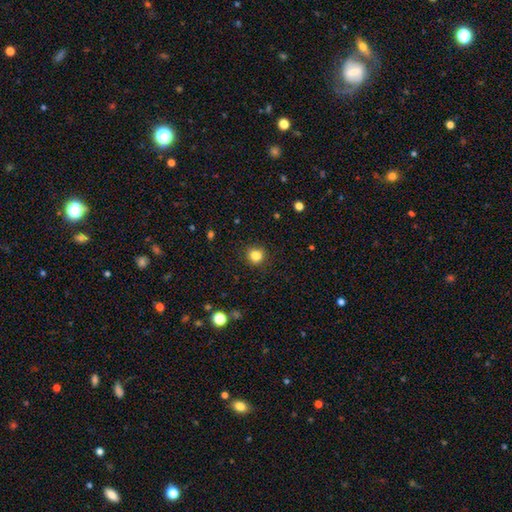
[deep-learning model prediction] A smooth galaxy with no disk features (84%) that is round (88%).

Vote fractions:
- Smooth or featured? smooth: 84% / star or artifact: 12% / featured or disk: 4%
- How rounded? round: 88% / in between: 11% / cigar-shaped: 1%
- Merging? none: 89% / minor disturbance: 7% / major disturbance: 2% / merger: 1%